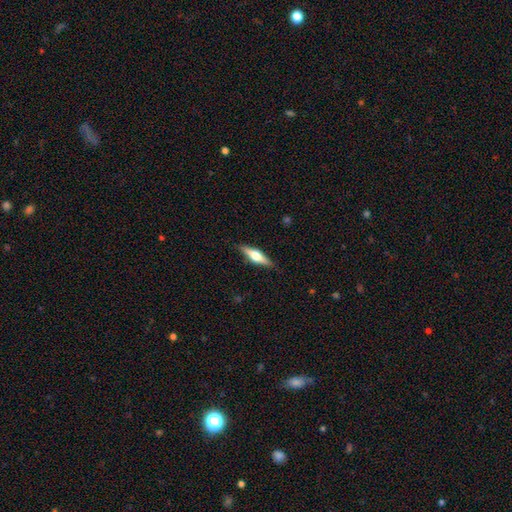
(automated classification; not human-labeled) The model was most divided on "smooth or featured": featured or disk: 56%, smooth: 39%, star or artifact: 6%. More confident: edge-on disk — yes (95%); edge-on bulge — rounded (94%); merging — none (88%).